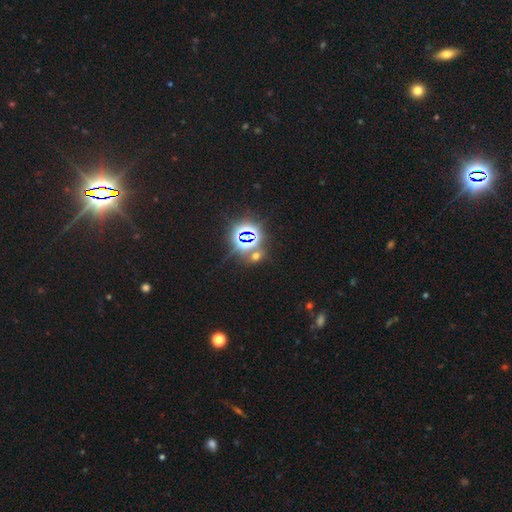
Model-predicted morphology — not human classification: Q: Smooth or featured?
A: star or artifact (63%); runner-up: smooth (29%)